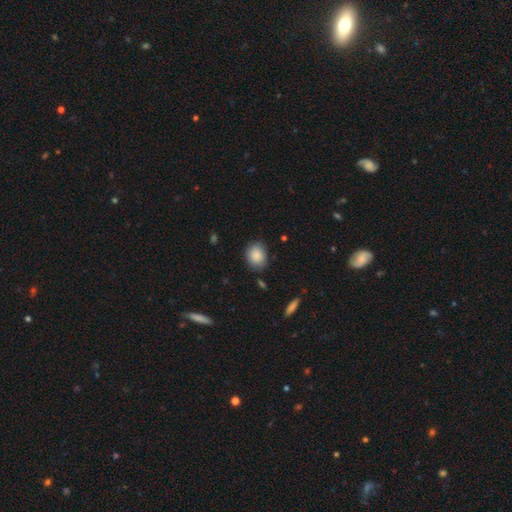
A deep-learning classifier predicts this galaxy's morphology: smooth-or-featured: smooth: 88% | star or artifact: 7% | featured or disk: 5%
  how-rounded: round: 53% | in between: 46% | cigar-shaped: 1%
  merging: none: 81% | minor disturbance: 15% | major disturbance: 3% | merger: 2%